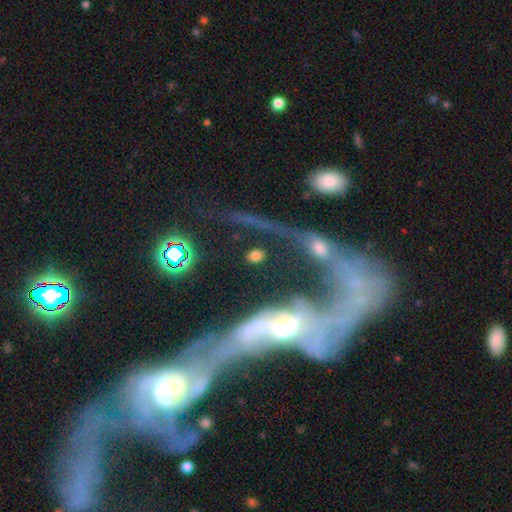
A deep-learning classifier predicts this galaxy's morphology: The model was most divided on "how rounded": round: 51%, in between: 44%, cigar-shaped: 5%. More confident: merging — none (76%); smooth or featured — smooth (74%).